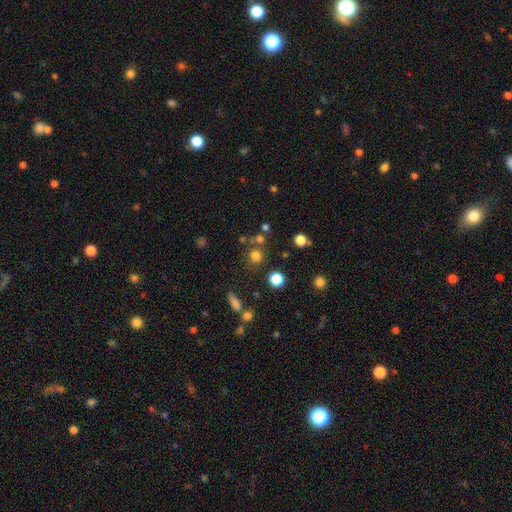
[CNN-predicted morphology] A smooth galaxy with no disk features (73%) that is round (88%).

Vote fractions:
- Smooth or featured? smooth: 73% / star or artifact: 19% / featured or disk: 8%
- How rounded? round: 88% / in between: 11% / cigar-shaped: 1%
- Merging? none: 71% / merger: 15% / minor disturbance: 10% / major disturbance: 5%